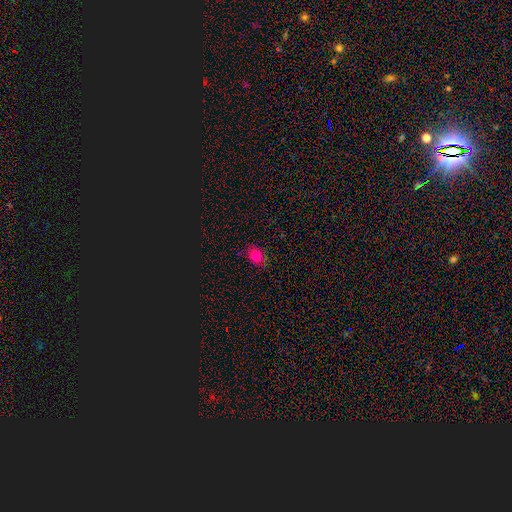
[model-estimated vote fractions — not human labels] The model was most divided on "how rounded": in between: 53%, round: 46%, cigar-shaped: 1%. More confident: merging — none (83%); smooth or featured — smooth (79%).